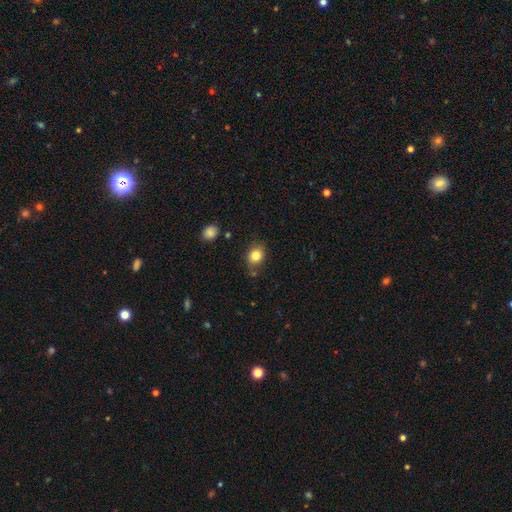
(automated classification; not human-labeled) smooth 82%, star or artifact 11%, featured or disk 7%. Down the decision tree: how rounded — round (62%); merging — none (75%).